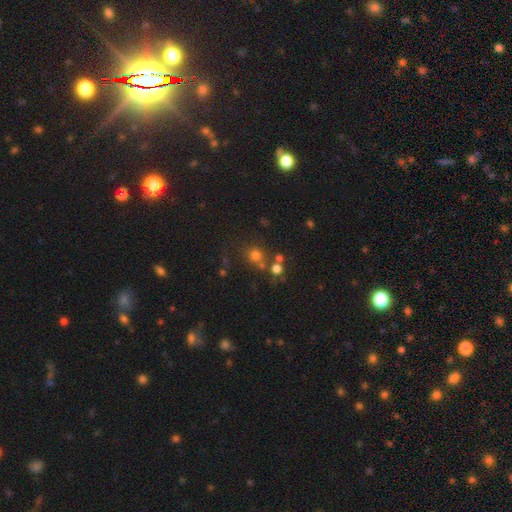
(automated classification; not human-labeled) Smooth or featured?
  - smooth: 61% *
  - star or artifact: 28%
  - featured or disk: 11%
How rounded?
  - round: 87% *
  - in between: 12%
  - cigar-shaped: 1%
Merging?
  - none: 64% *
  - merger: 21%
  - minor disturbance: 10%
  - major disturbance: 5%